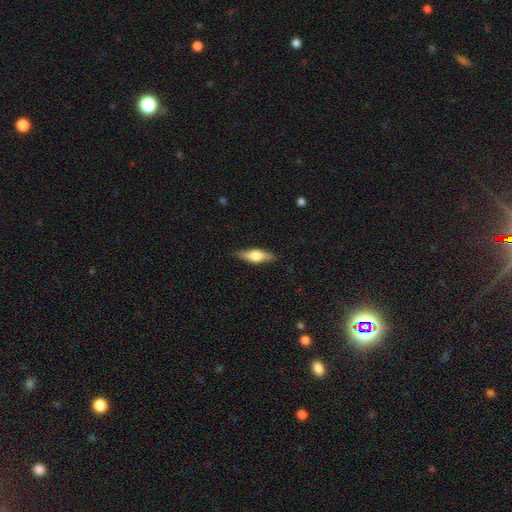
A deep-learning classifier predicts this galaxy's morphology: Smooth or featured?
  - smooth: 53% *
  - featured or disk: 41%
  - star or artifact: 6%
How rounded?
  - in between: 51% *
  - cigar-shaped: 46%
  - round: 3%
Merging?
  - none: 86% *
  - minor disturbance: 11%
  - major disturbance: 2%
  - merger: 1%